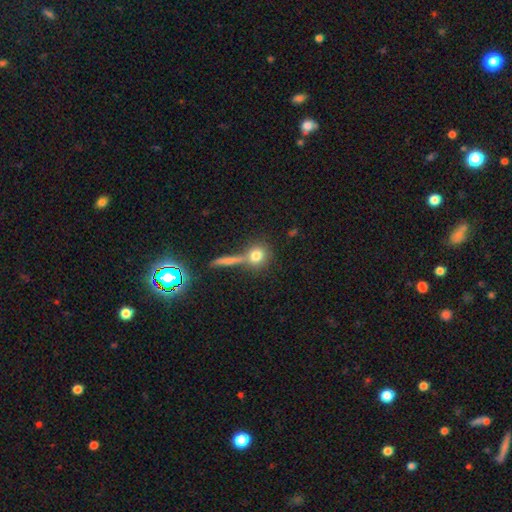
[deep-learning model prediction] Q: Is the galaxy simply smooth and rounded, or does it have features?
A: smooth — 76%.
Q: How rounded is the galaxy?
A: round — 83%.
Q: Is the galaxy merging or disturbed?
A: none — 60%.